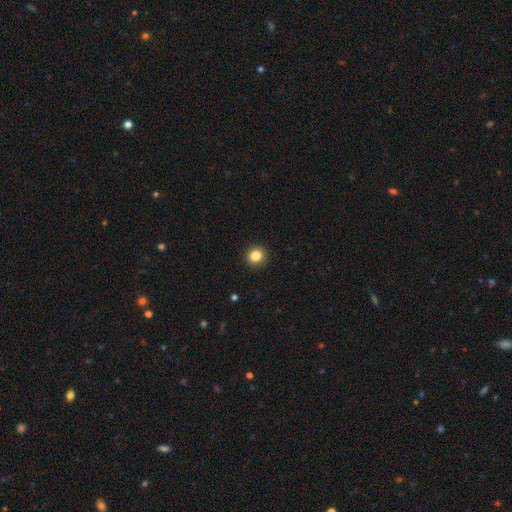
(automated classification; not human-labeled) Q: Smooth or featured?
A: smooth (85%); runner-up: star or artifact (11%)
Q: How rounded?
A: round (89%); runner-up: in between (10%)
Q: Merging?
A: none (92%); runner-up: minor disturbance (5%)